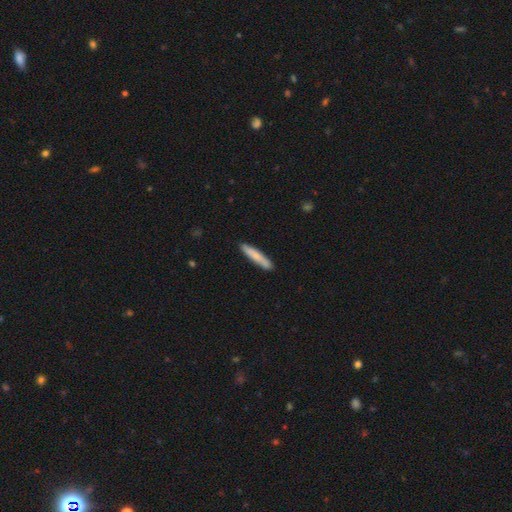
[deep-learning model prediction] The model was most divided on "smooth or featured": smooth: 76%, featured or disk: 19%, star or artifact: 5%. More confident: how rounded — cigar-shaped (92%); merging — none (88%).